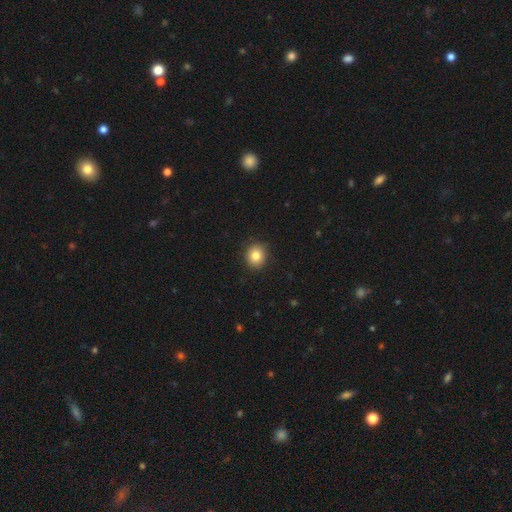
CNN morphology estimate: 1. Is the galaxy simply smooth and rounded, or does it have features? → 83% smooth, 10% star or artifact, 7% featured or disk.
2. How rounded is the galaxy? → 84% round, 15% in between, 1% cigar-shaped.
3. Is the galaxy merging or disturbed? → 90% none, 7% minor disturbance, 2% major disturbance, 1% merger.